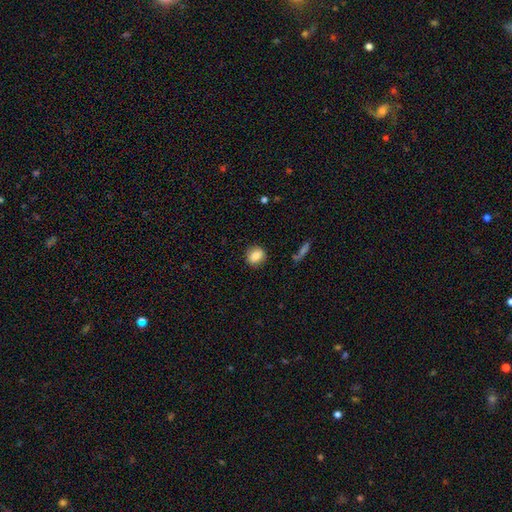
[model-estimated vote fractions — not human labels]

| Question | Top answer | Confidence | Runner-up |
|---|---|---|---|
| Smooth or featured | smooth | 83% | star or artifact (9%) |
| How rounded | round | 67% | in between (32%) |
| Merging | none | 87% | minor disturbance (9%) |